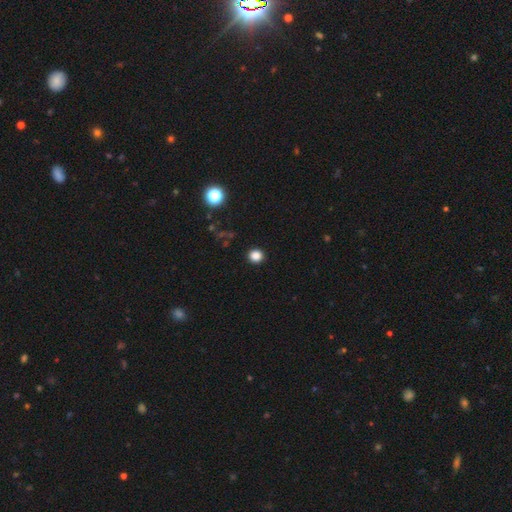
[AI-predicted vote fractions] Smooth or featured?
  - smooth: 84% *
  - star or artifact: 13%
  - featured or disk: 3%
How rounded?
  - round: 91% *
  - in between: 8%
  - cigar-shaped: 1%
Merging?
  - none: 92% *
  - minor disturbance: 5%
  - major disturbance: 2%
  - merger: 1%